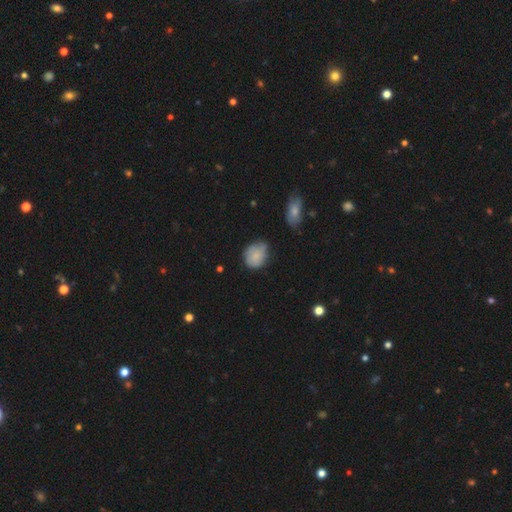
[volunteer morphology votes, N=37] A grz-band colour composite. It shows a smooth galaxy with no disk features (73%) that is round (67%). Merging: none (53%).